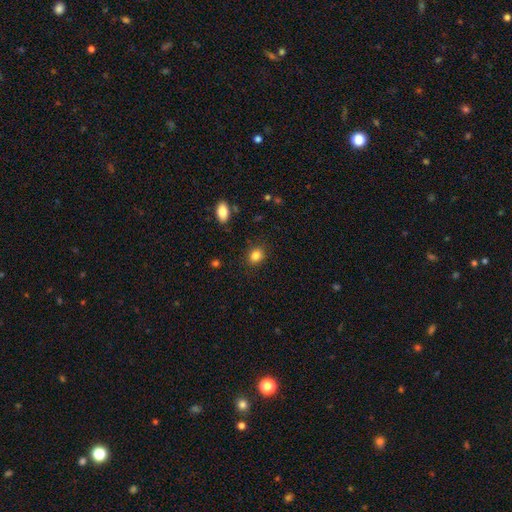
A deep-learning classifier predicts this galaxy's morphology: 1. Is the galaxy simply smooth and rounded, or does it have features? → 84% smooth, 10% star or artifact, 5% featured or disk.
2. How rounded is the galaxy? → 50% in between, 49% round, 1% cigar-shaped.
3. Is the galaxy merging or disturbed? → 86% none, 10% minor disturbance, 3% major disturbance, 1% merger.